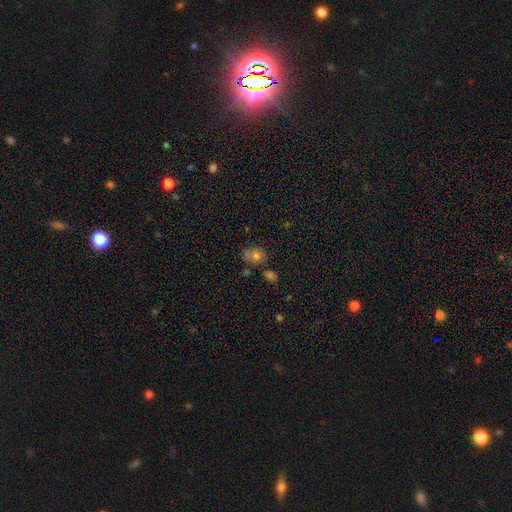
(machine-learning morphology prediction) Overall: smooth (65%). How rounded: round (64%; in between 35%). Merging: none (55%; merger 19%).